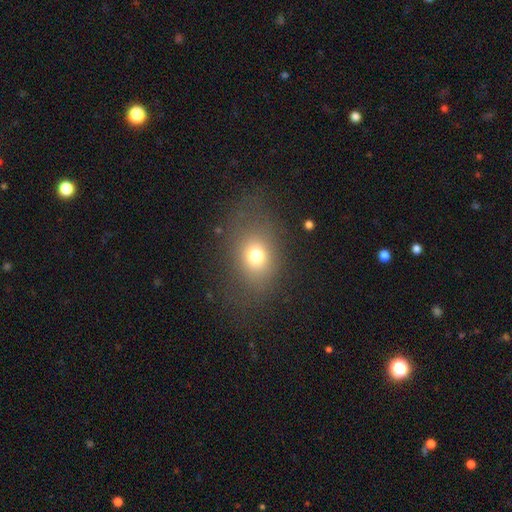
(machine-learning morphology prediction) Smooth or featured? Predicted: smooth (p=0.70). How rounded? Predicted: in between (p=0.55). Merging? Predicted: none (p=0.70).